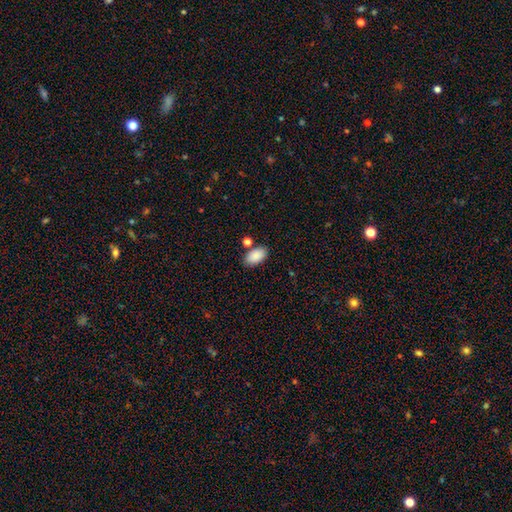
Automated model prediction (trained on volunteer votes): Smooth or featured? Predicted: smooth (p=0.89). How rounded? Predicted: in between (p=0.94). Merging? Predicted: none (p=0.77).